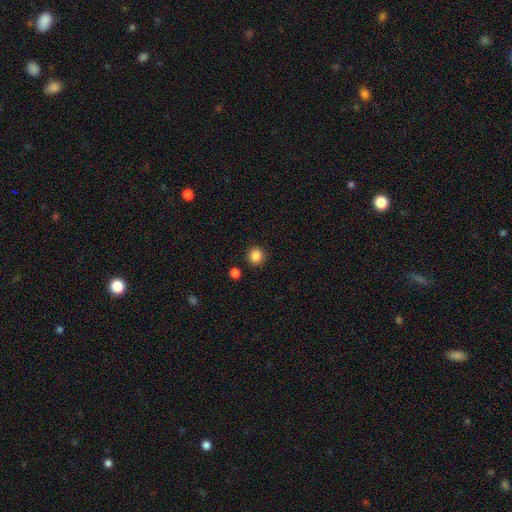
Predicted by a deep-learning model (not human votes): Overall: smooth (87%). How rounded: round (91%). Merging: none (90%).